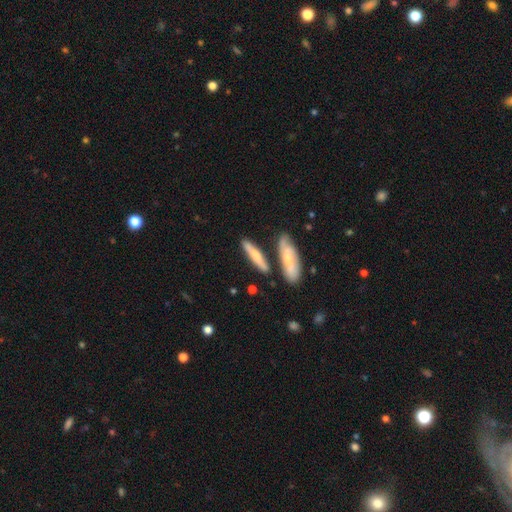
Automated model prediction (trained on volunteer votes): Smooth or featured: smooth — 50% (featured or disk — 44%)
How rounded: cigar-shaped — 83% (in between — 15%)
Merging: none — 70% (minor disturbance — 14%)